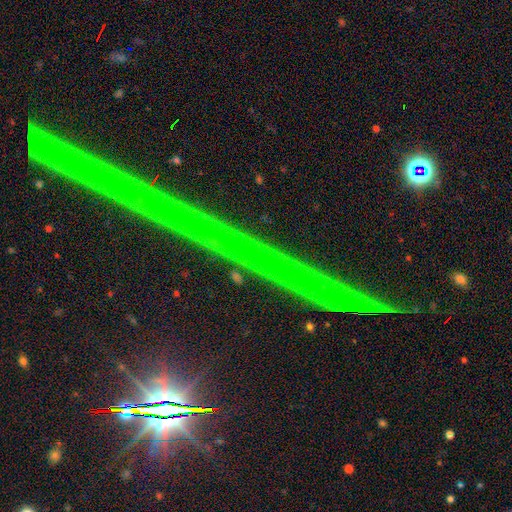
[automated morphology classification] Q: Smooth or featured?
A: star or artifact (82%); runner-up: featured or disk (13%)